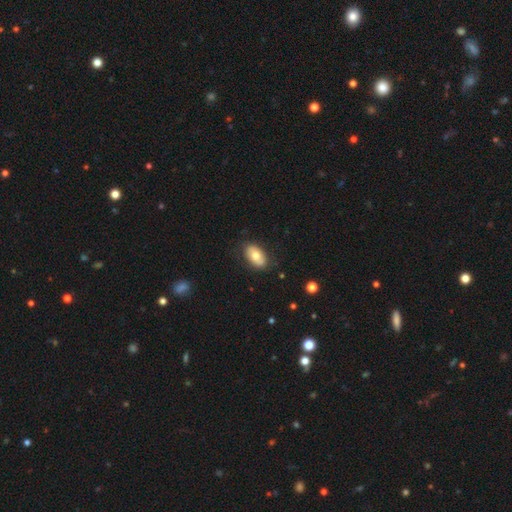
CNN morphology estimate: Smooth or featured?
  - smooth: 70% *
  - featured or disk: 24%
  - star or artifact: 6%
How rounded?
  - in between: 93% *
  - round: 5%
  - cigar-shaped: 2%
Merging?
  - none: 83% *
  - minor disturbance: 13%
  - major disturbance: 3%
  - merger: 1%